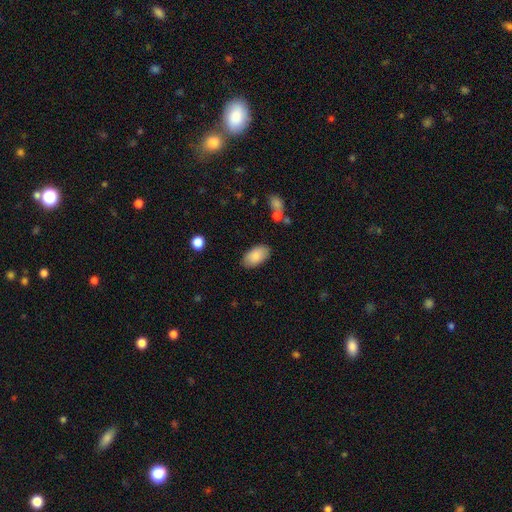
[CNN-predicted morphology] Smooth or featured?
  - smooth: 86% *
  - featured or disk: 7%
  - star or artifact: 6%
How rounded?
  - in between: 95% *
  - round: 3%
  - cigar-shaped: 2%
Merging?
  - none: 85% *
  - minor disturbance: 11%
  - major disturbance: 3%
  - merger: 2%